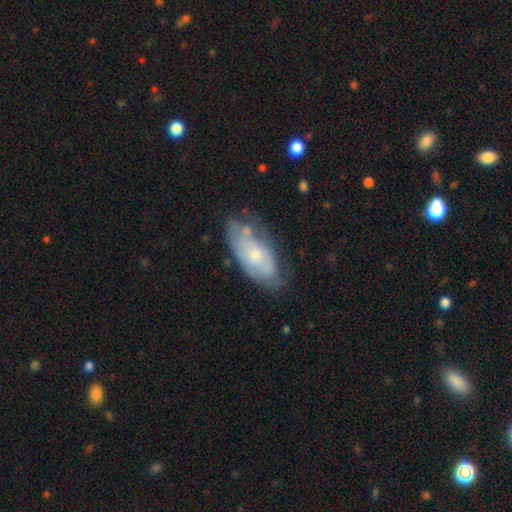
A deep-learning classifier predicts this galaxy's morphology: A smooth galaxy with no disk features (47%). Merging: none (47%).